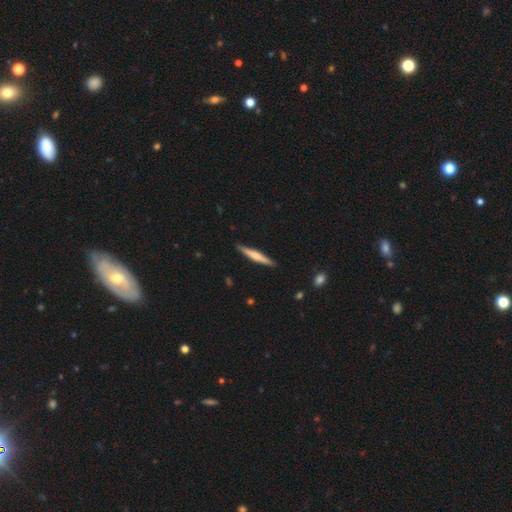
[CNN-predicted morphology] A featured or disk galaxy (49%).

Vote fractions:
- Smooth or featured? featured or disk: 49% / smooth: 46% / star or artifact: 5%
- Merging? none: 90% / minor disturbance: 8% / major disturbance: 1% / merger: 1%